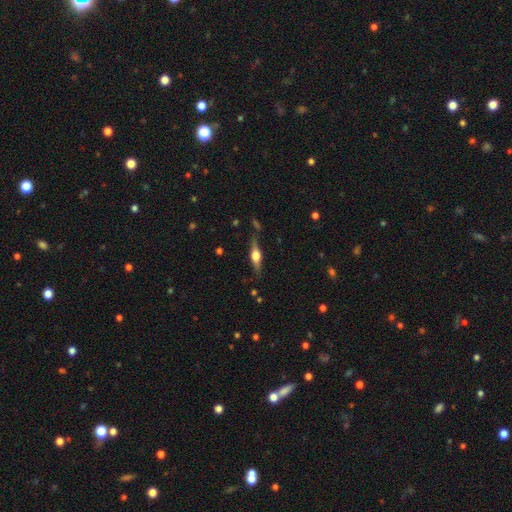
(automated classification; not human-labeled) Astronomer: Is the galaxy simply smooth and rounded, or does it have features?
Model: featured or disk — 64%.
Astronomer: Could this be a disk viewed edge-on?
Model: yes — 94%.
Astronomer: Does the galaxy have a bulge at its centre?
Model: rounded — 90%.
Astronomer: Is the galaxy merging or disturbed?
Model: none — 76%.